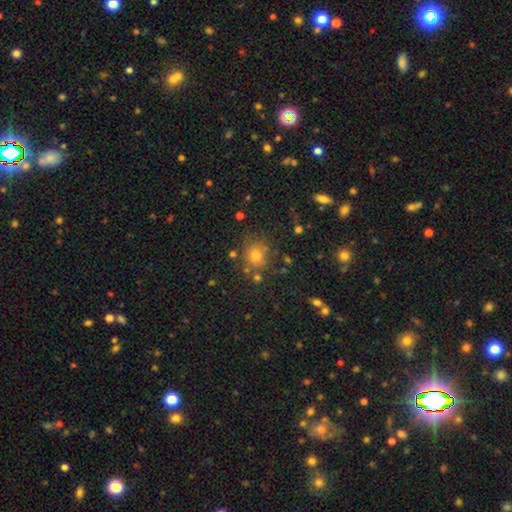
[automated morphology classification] A smooth galaxy with no disk features (70%) that is round (81%). Merging: none (77%).